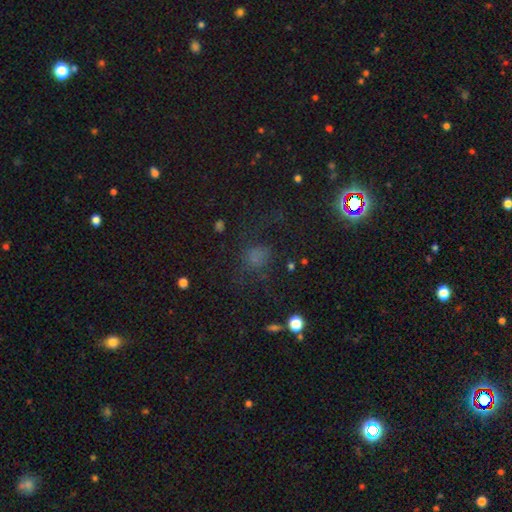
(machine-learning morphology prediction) This is possibly a smooth galaxy (58%). How rounded: likely round (63%). Merging: possibly none (56%).